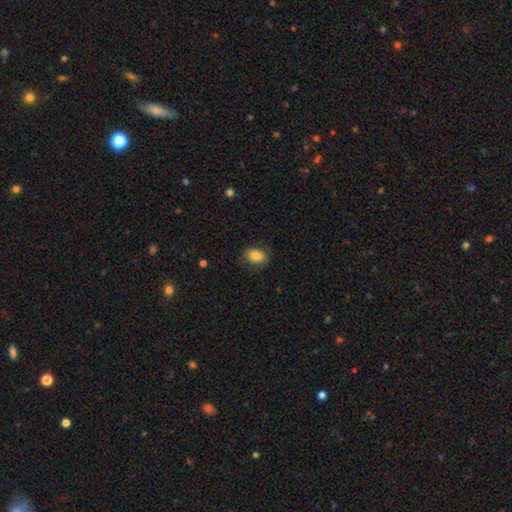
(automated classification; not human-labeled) This is likely a smooth galaxy (80%). How rounded: likely in between (79%). Merging: likely none (76%).